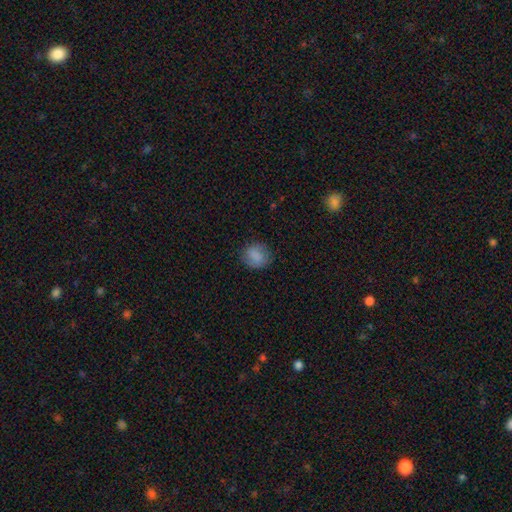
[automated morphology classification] A smooth galaxy with no disk features (83%) that is round (75%).

Vote fractions:
- Smooth or featured? smooth: 83% / featured or disk: 9% / star or artifact: 8%
- How rounded? round: 75% / in between: 24% / cigar-shaped: 1%
- Merging? none: 80% / minor disturbance: 15% / major disturbance: 4% / merger: 1%